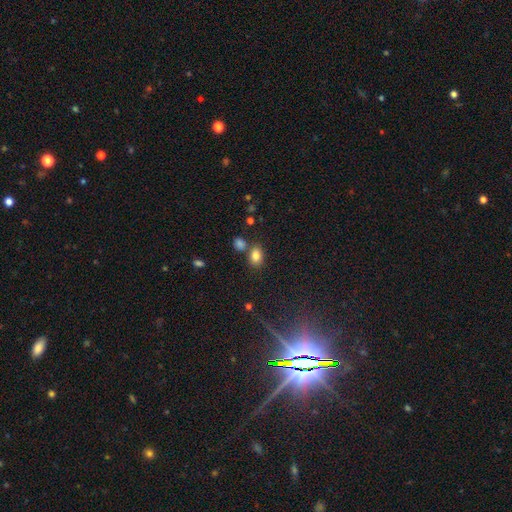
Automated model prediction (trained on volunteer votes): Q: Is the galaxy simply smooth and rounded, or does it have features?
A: smooth — 82%.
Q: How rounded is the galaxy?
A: in between — 75%.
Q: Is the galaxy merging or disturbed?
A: none — 68%.